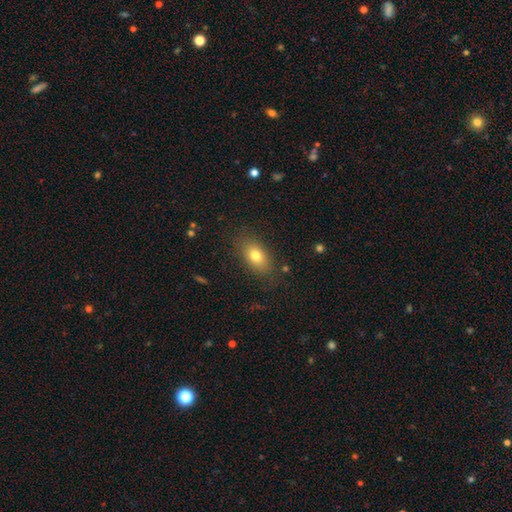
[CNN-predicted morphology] Smooth or featured? smooth (77%)
How rounded? in between (84%)
Merging? none (82%)